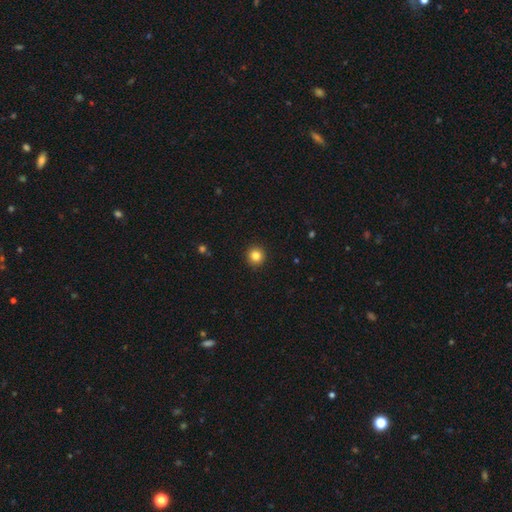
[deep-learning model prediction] This appears to be a smooth galaxy with no disk features (84%) that is round (95%). Merging: none (93%).